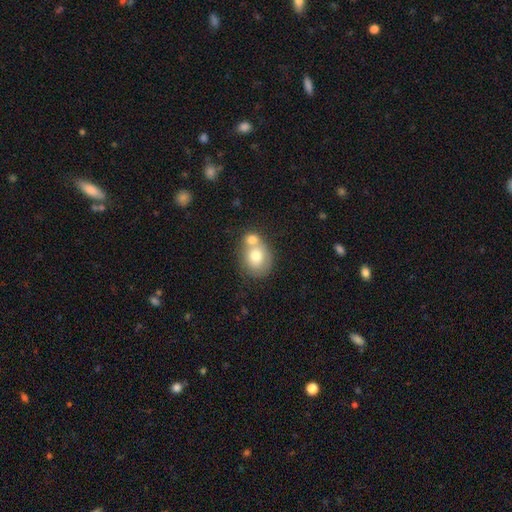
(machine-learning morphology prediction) smooth 69%, featured or disk 23%, star or artifact 8%. Down the decision tree: how rounded — round (64%); merging — merger (56%).